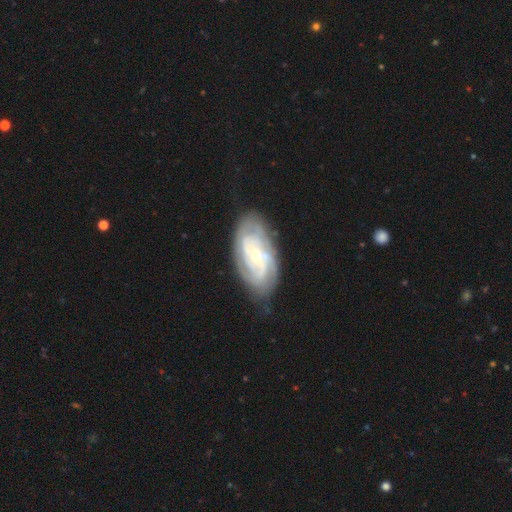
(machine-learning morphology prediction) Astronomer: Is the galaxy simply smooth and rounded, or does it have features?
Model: featured or disk — 83%.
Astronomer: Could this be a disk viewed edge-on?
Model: no — 95%.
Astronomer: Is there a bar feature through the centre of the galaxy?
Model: no — 63%.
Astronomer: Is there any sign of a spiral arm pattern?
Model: yes — 93%.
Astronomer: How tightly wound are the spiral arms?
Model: tight — 71%.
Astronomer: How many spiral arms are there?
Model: can't tell — 35% (runner-up: 2, 27%).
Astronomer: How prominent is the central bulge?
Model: small — 55% (runner-up: moderate, 42%).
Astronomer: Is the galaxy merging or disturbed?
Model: none — 76%.